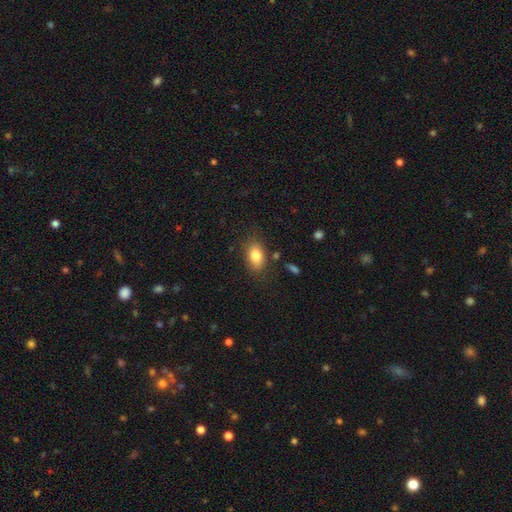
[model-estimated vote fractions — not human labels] Smooth or featured?
  - smooth: 83% *
  - featured or disk: 9%
  - star or artifact: 8%
How rounded?
  - in between: 87% *
  - round: 11%
  - cigar-shaped: 2%
Merging?
  - none: 79% *
  - minor disturbance: 14%
  - major disturbance: 4%
  - merger: 3%